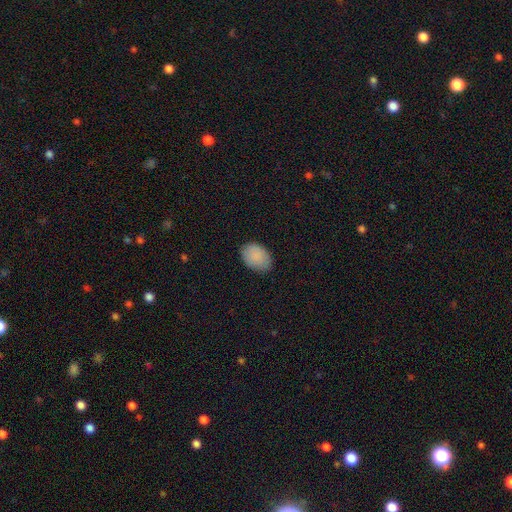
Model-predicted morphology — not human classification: smooth 89%, star or artifact 6%, featured or disk 5%. Down the decision tree: how rounded — in between (85%); merging — none (82%).